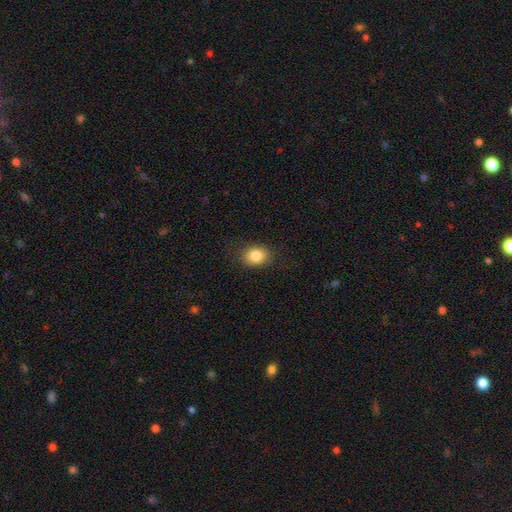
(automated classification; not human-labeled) Morphology: type=smooth (85%); roundness=in between (50%, tied with round); merging=none (85%).